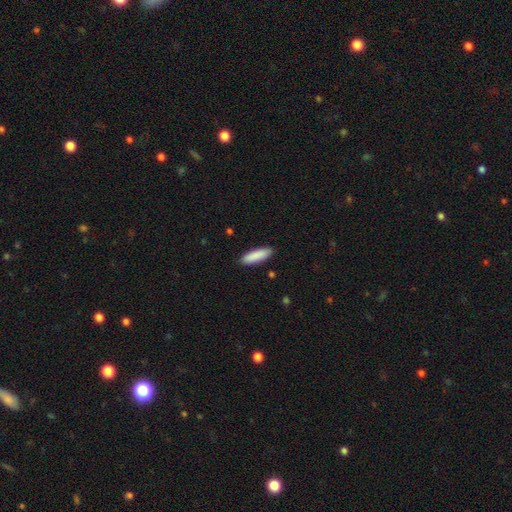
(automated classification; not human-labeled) This appears to be a smooth galaxy with no disk features (89%) that is cigar-shaped (58%). Merging: none (89%).